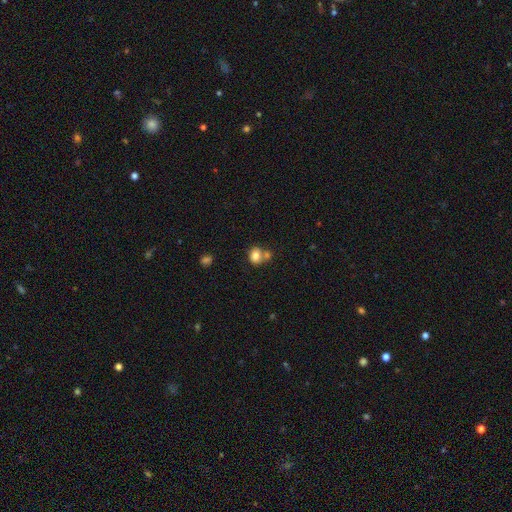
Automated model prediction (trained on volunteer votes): smooth 81%, star or artifact 10%, featured or disk 9%. Down the decision tree: how rounded — round (66%); merging — none (48%).